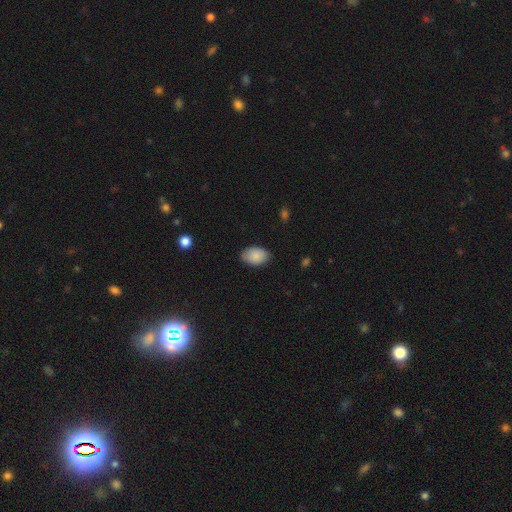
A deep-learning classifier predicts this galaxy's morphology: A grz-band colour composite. It shows a smooth galaxy with no disk features (88%) that is in between round and cigar-shaped (88%). Merging: none (83%).